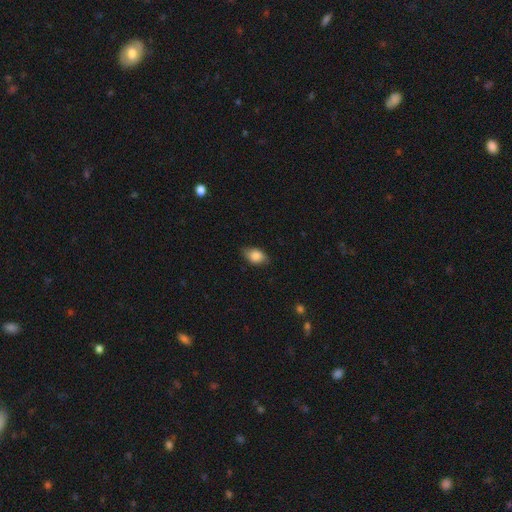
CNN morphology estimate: smooth 83%, featured or disk 10%, star or artifact 7%. Down the decision tree: how rounded — in between (87%); merging — none (78%).